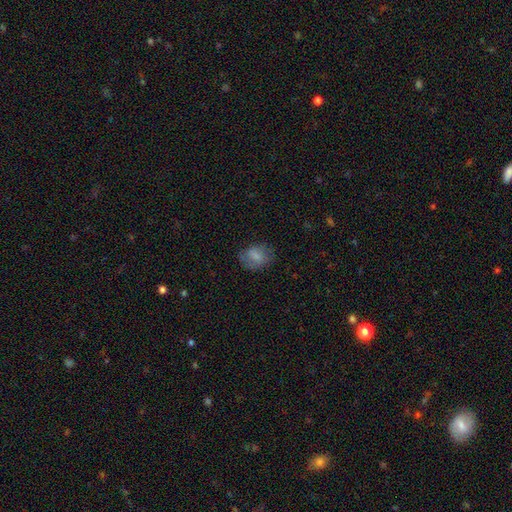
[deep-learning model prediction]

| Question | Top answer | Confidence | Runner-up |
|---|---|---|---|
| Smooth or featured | smooth | 73% | featured or disk (19%) |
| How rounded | in between | 60% | round (39%) |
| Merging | none | 66% | minor disturbance (22%) |